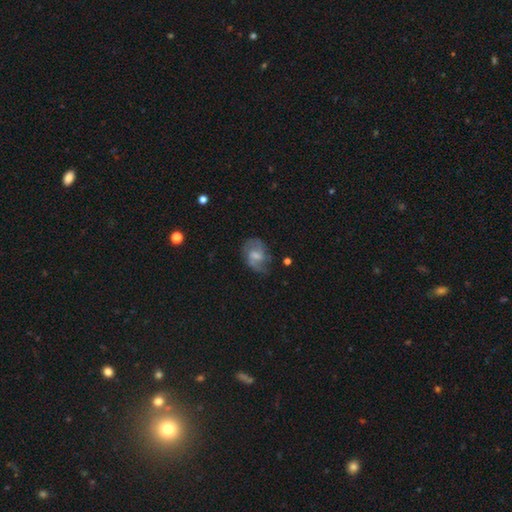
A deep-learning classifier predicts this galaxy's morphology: featured or disk 59%, smooth 33%, star or artifact 8%. Down the decision tree: edge-on disk — no (97%); bar — weak (54%); spiral arms — yes (81%); bulge size — moderate (40%); merging — none (59%).